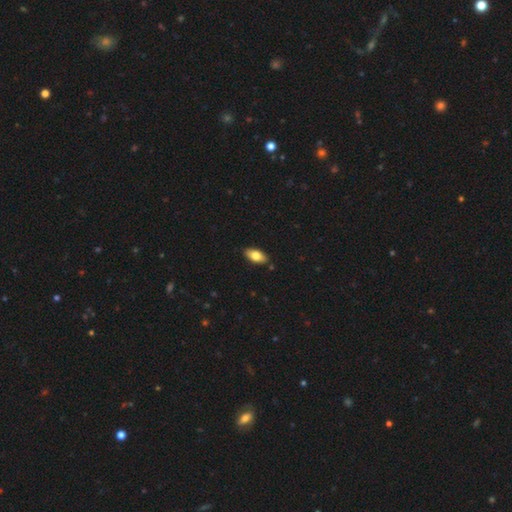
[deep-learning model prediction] A smooth galaxy with no disk features (77%) that is in between round and cigar-shaped (91%). Merging: none (87%).